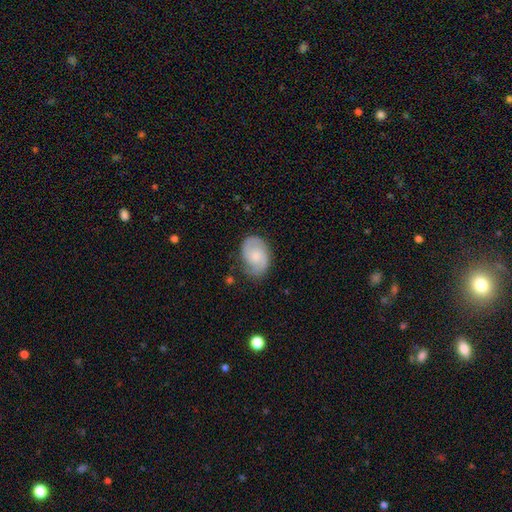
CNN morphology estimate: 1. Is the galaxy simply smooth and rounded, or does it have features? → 69% featured or disk, 25% smooth, 6% star or artifact.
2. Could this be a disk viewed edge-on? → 97% no, 3% yes.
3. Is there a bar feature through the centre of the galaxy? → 64% no, 31% weak, 4% strong.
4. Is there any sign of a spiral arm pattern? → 94% yes, 6% no.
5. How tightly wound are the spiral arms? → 49% medium, 31% tight, 20% loose.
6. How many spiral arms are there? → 87% 2, 7% can't tell, 3% 1, 2% 3, 1% 4, 1% more than 4.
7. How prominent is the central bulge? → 53% small, 36% moderate, 7% none, 3% large, 1% dominant.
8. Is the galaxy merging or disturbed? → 75% none, 18% minor disturbance, 5% major disturbance, 2% merger.